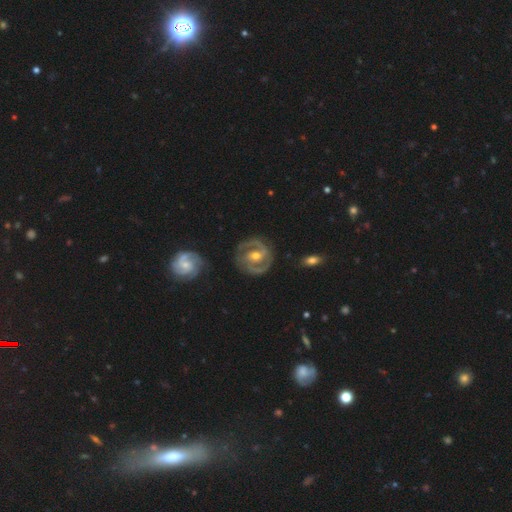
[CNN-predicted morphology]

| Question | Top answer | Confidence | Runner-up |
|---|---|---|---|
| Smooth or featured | featured or disk | 90% | smooth (6%) |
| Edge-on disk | no | 97% | yes (3%) |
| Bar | weak | 38% | strong (36%) |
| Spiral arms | yes | 97% | no (3%) |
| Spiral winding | tight | 50% | medium (43%) |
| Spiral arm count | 2 | 90% | 3 (3%) |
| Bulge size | moderate | 65% | small (30%) |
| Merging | none | 83% | minor disturbance (11%) |